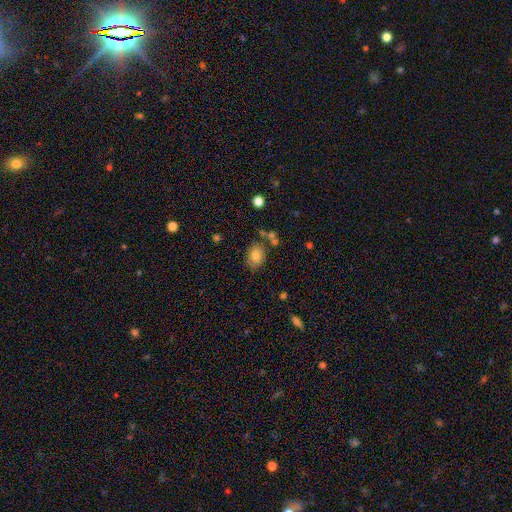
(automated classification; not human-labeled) Smooth or featured: smooth — 81% (star or artifact — 10%)
How rounded: in between — 68% (round — 31%)
Merging: none — 72% (minor disturbance — 16%)